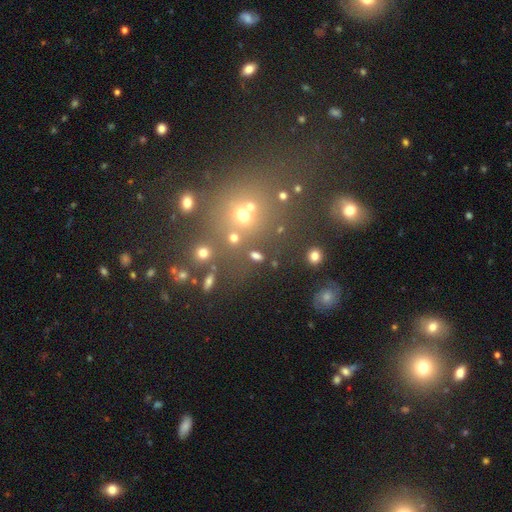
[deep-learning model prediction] Smooth or featured: smooth — 67% (star or artifact — 21%)
How rounded: in between — 54% (round — 41%)
Merging: none — 70% (merger — 14%)